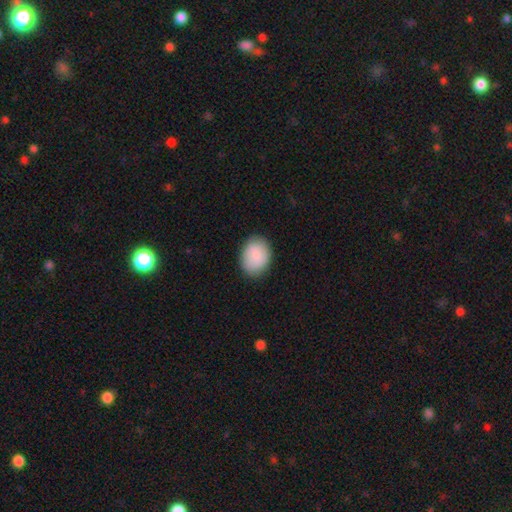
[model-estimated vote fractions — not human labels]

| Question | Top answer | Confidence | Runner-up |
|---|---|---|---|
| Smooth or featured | smooth | 88% | star or artifact (6%) |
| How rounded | in between | 69% | round (30%) |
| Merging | none | 85% | minor disturbance (11%) |